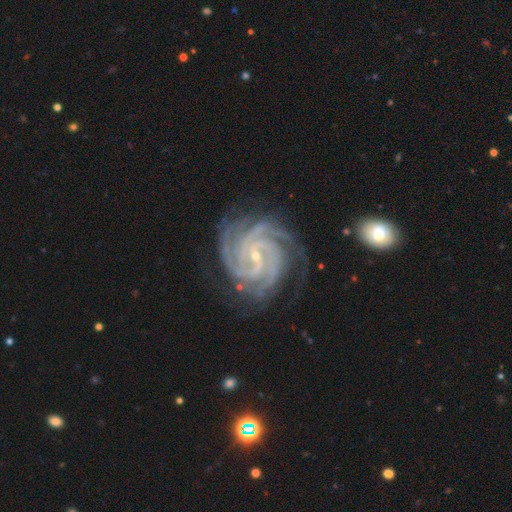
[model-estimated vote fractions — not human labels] featured or disk 93%, star or artifact 4%, smooth 3%. Down the decision tree: edge-on disk — no (98%); bar — weak (41%); spiral arms — yes (99%); spiral arm count — 4 (44%); spiral winding — tight (74%); bulge size — small (81%); merging — none (78%).